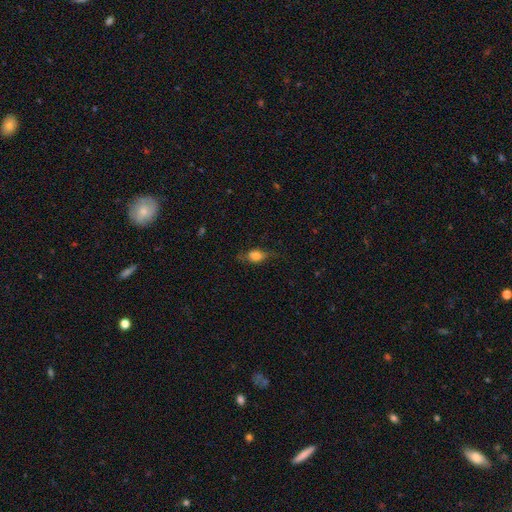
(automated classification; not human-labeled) Morphology: type=smooth (60%); roundness=in between (70%); merging=none (62%).